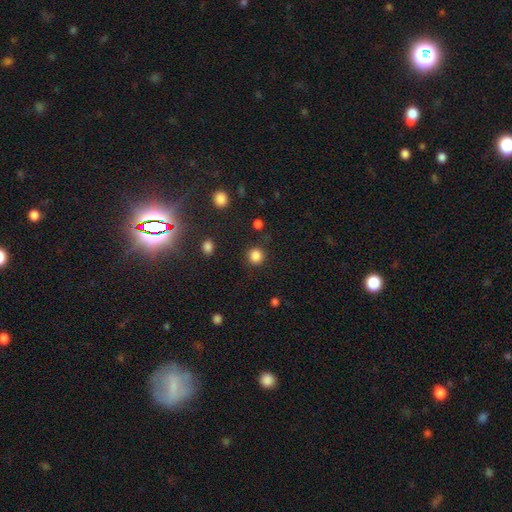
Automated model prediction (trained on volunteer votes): Q: Smooth or featured?
A: smooth (85%); runner-up: star or artifact (12%)
Q: How rounded?
A: round (92%); runner-up: in between (7%)
Q: Merging?
A: none (88%); runner-up: minor disturbance (7%)